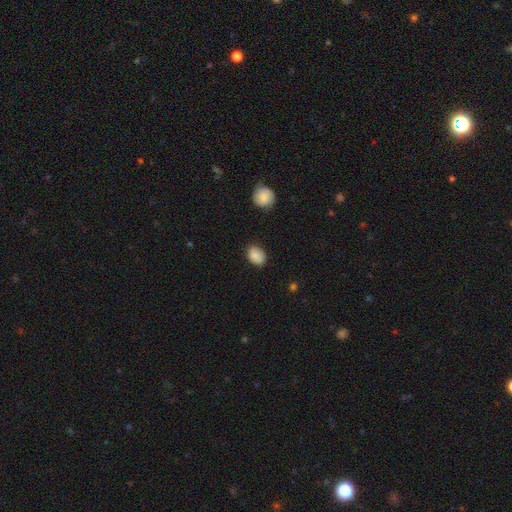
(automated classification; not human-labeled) This appears to be a smooth galaxy with no disk features (85%) that is in between round and cigar-shaped (68%). Merging: none (81%).